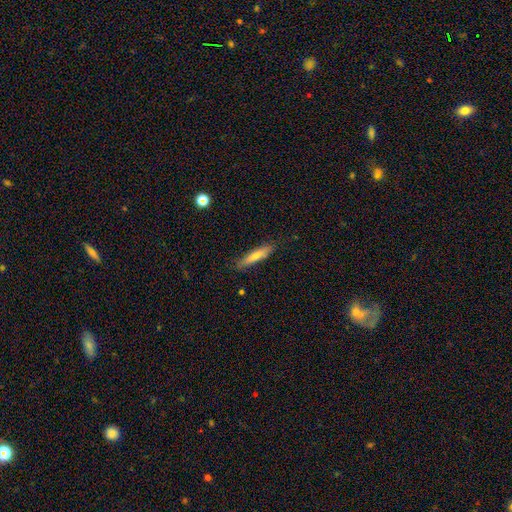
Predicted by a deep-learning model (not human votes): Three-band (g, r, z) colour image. It shows a smooth galaxy with no disk features (72%) that is cigar-shaped (86%). Merging: none (85%).